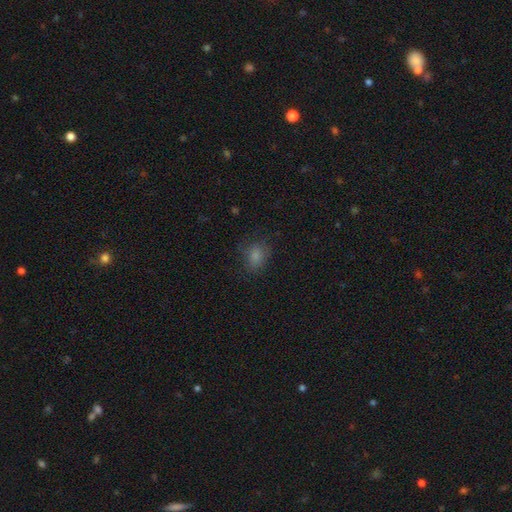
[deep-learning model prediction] smooth_or_featured: smooth (p=0.80) [alt: star or artifact p=0.13]
how_rounded: in between (p=0.59) [alt: round p=0.39]
merging: none (p=0.69) [alt: minor disturbance p=0.20]